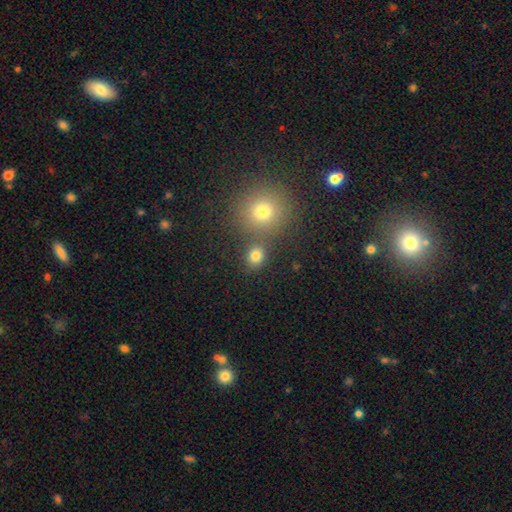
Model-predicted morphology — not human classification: This is likely a smooth galaxy (79%). How rounded: likely round (72%). Merging: likely none (73%).